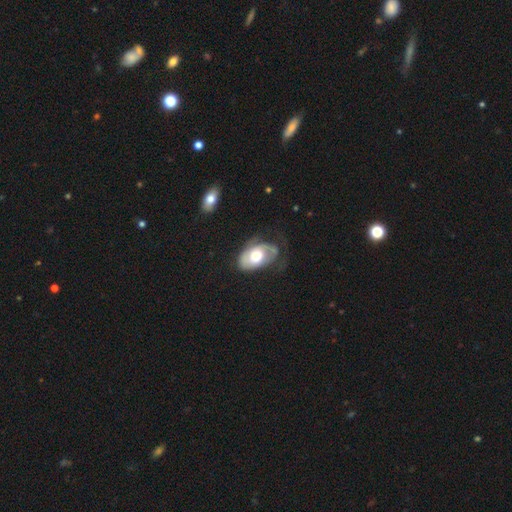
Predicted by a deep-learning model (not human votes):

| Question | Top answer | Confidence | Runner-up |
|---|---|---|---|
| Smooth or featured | featured or disk | 56% | smooth (38%) |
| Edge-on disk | no | 94% | yes (6%) |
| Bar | no | 77% | weak (19%) |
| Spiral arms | yes | 66% | no (34%) |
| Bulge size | moderate | 56% | large (35%) |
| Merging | none | 42% | minor disturbance (30%) |